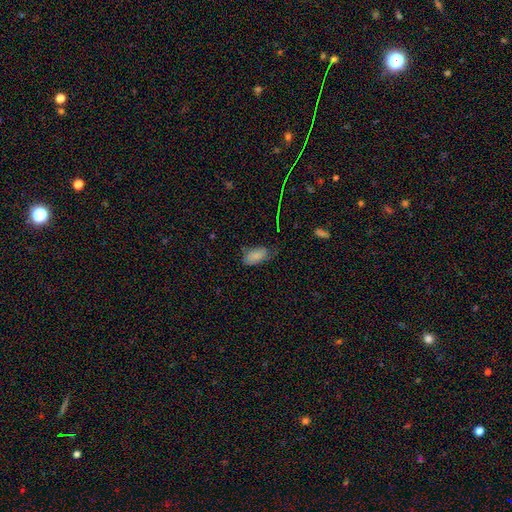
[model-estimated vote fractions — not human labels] This is likely a smooth galaxy (80%). How rounded: clearly in between (93%). Merging: possibly none (59%).